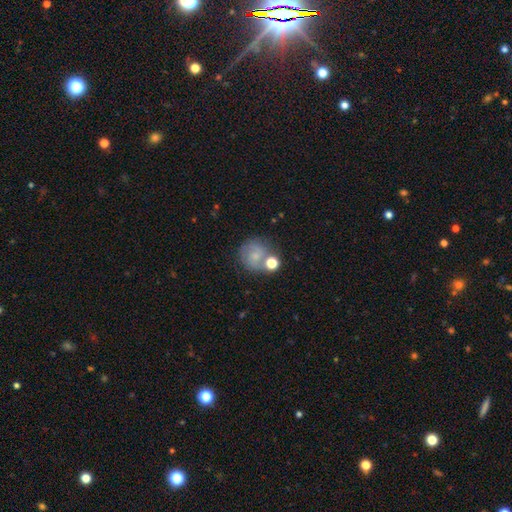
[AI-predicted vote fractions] Smooth or featured? Predicted: smooth (p=0.59). How rounded? Predicted: round (p=0.86). Merging? Predicted: none (p=0.54).